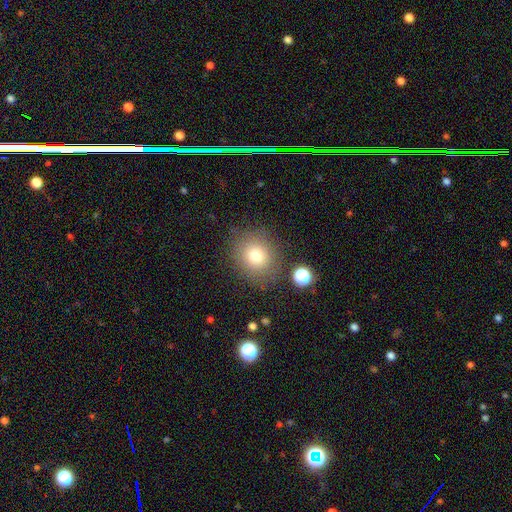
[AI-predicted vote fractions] This appears to be a smooth galaxy with no disk features (77%) that is round (79%). Merging: none (82%).